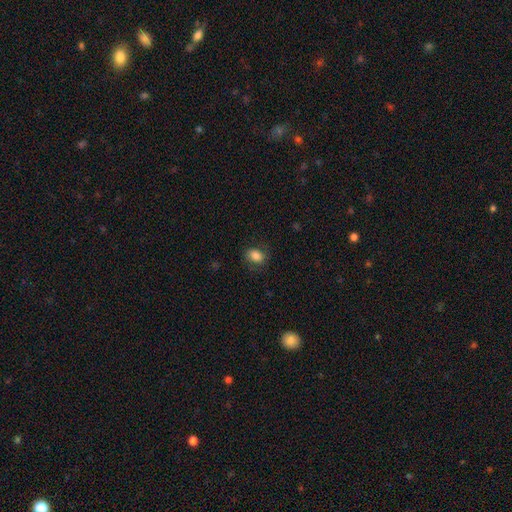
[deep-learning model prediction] A smooth galaxy with no disk features (84%) that is in between round and cigar-shaped (67%).

Vote fractions:
- Smooth or featured? smooth: 84% / star or artifact: 9% / featured or disk: 7%
- How rounded? in between: 67% / round: 32% / cigar-shaped: 1%
- Merging? none: 77% / minor disturbance: 17% / major disturbance: 6% / merger: 1%